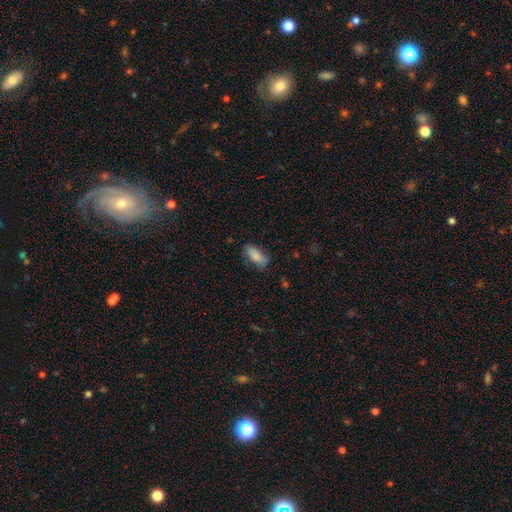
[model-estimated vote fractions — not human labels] Smooth or featured?
  - smooth: 84% *
  - featured or disk: 9%
  - star or artifact: 7%
How rounded?
  - in between: 84% *
  - cigar-shaped: 14%
  - round: 2%
Merging?
  - none: 70% *
  - minor disturbance: 23%
  - major disturbance: 6%
  - merger: 2%